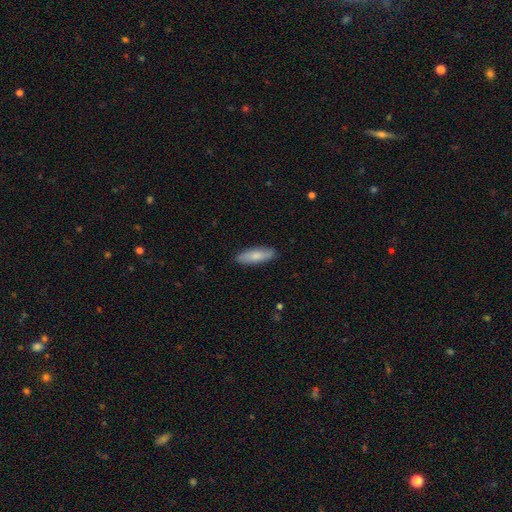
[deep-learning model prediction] smooth 78%, featured or disk 17%, star or artifact 5%. Down the decision tree: how rounded — cigar-shaped (51%); merging — none (88%).